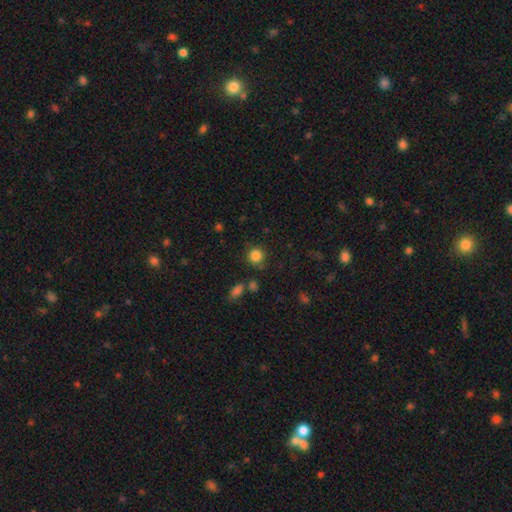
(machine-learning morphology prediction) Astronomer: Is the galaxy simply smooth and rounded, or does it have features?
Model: smooth — 84%.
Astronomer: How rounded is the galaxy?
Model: round — 91%.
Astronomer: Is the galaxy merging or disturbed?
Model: none — 82%.